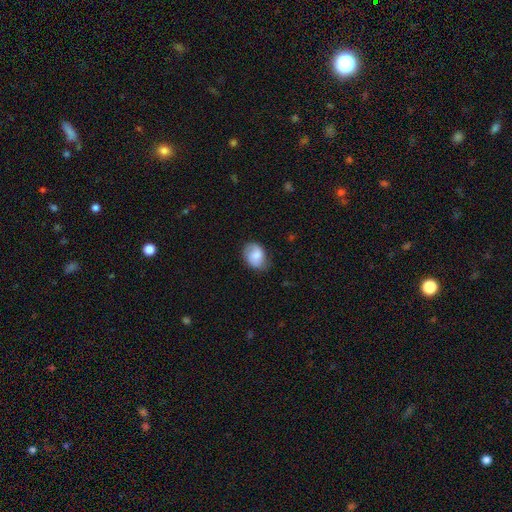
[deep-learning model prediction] Smooth or featured: smooth — 72% (featured or disk — 20%)
How rounded: in between — 66% (round — 33%)
Merging: none — 70% (minor disturbance — 23%)